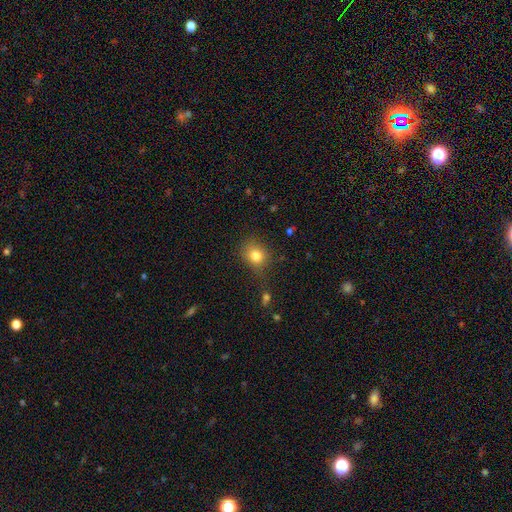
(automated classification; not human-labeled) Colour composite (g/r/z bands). It shows a smooth galaxy with no disk features (80%) that is round (65%). Merging: none (71%).